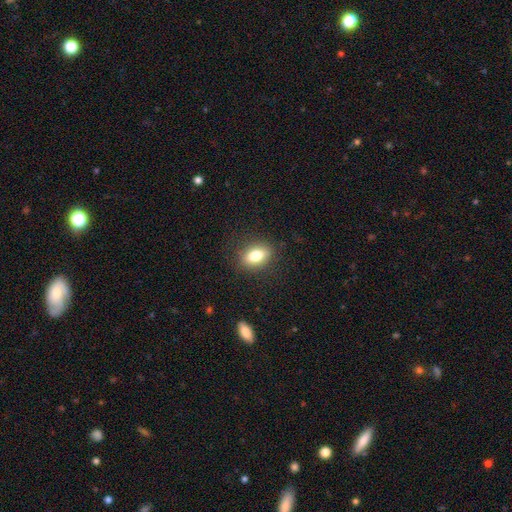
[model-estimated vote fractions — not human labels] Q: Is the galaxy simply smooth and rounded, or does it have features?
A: smooth — 80%.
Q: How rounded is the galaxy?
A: in between — 82%.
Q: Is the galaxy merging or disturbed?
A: none — 85%.